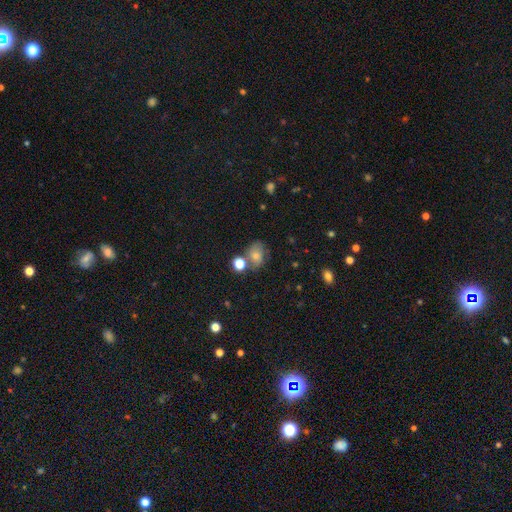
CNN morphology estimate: Q: Smooth or featured?
A: smooth (70%); runner-up: featured or disk (17%)
Q: How rounded?
A: in between (60%); runner-up: round (39%)
Q: Merging?
A: none (52%); runner-up: minor disturbance (20%)